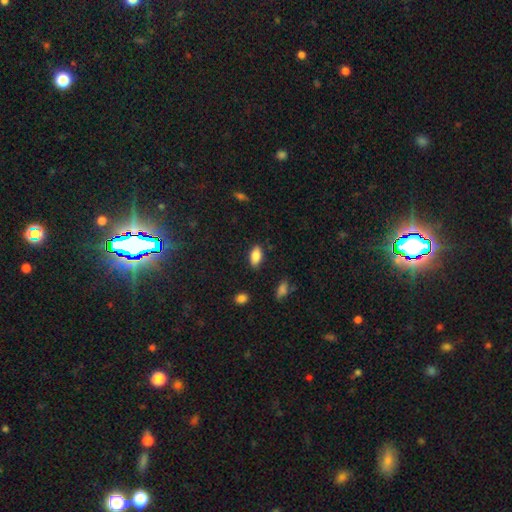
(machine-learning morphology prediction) A smooth galaxy with no disk features (84%) that is in between round and cigar-shaped (90%).

Vote fractions:
- Smooth or featured? smooth: 84% / star or artifact: 8% / featured or disk: 8%
- How rounded? in between: 90% / cigar-shaped: 7% / round: 3%
- Merging? none: 85% / minor disturbance: 11% / major disturbance: 3% / merger: 1%